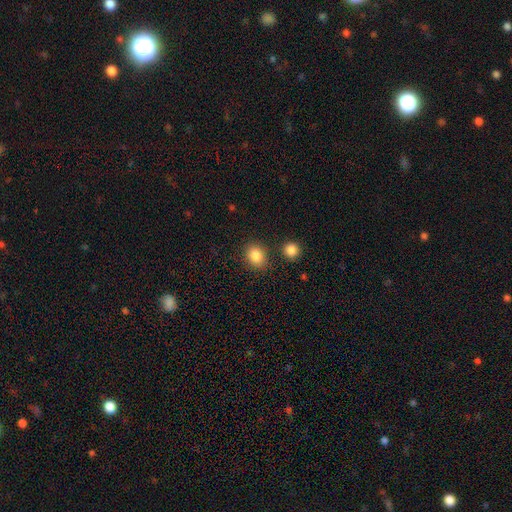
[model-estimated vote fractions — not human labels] Q: Smooth or featured?
A: smooth (86%); runner-up: star or artifact (9%)
Q: How rounded?
A: round (54%); runner-up: in between (45%)
Q: Merging?
A: none (81%); runner-up: minor disturbance (10%)